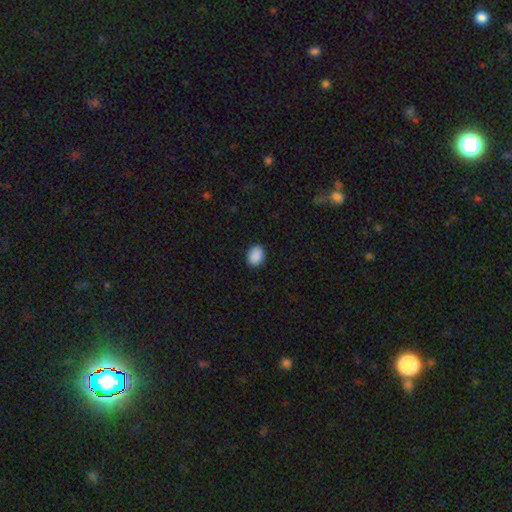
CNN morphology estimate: smooth-or-featured: smooth: 90% | star or artifact: 8% | featured or disk: 2%
  how-rounded: in between: 62% | round: 37% | cigar-shaped: 1%
  merging: none: 89% | minor disturbance: 8% | major disturbance: 2% | merger: 1%